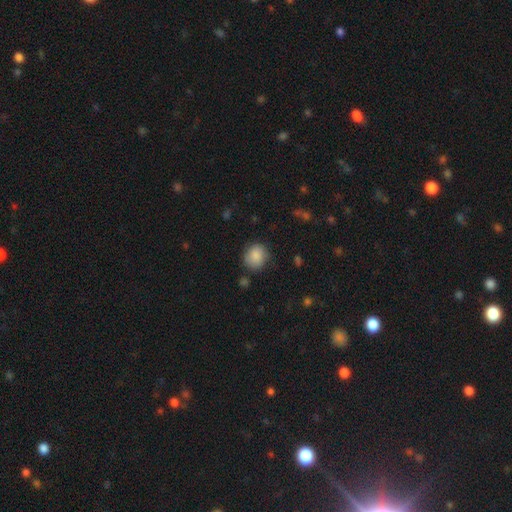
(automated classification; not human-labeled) Overall: smooth (87%). How rounded: round (78%). Merging: none (79%).